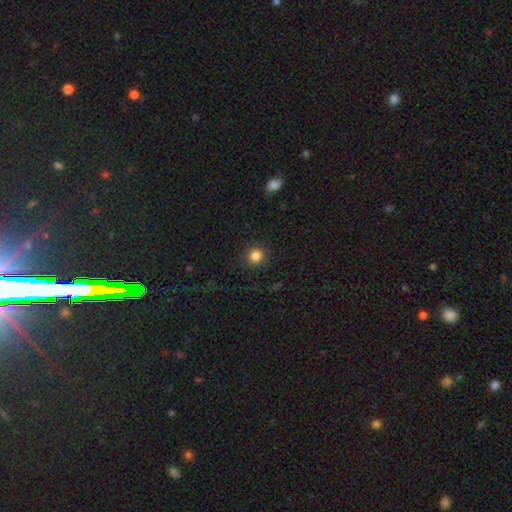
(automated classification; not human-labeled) This is clearly a smooth galaxy (84%). How rounded: clearly round (92%). Merging: clearly none (89%).